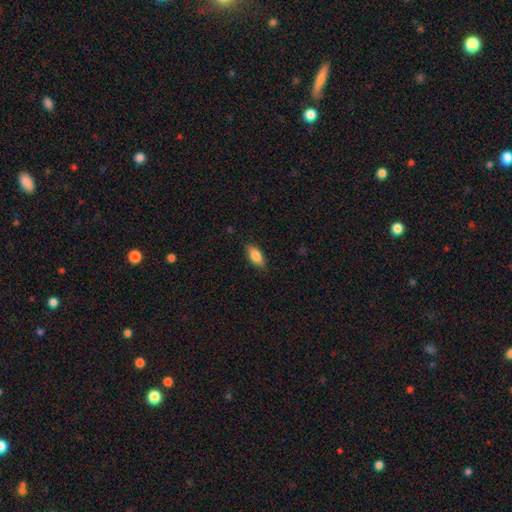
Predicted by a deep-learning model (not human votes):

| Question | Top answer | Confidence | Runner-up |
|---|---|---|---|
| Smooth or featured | smooth | 80% | featured or disk (13%) |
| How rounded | in between | 83% | cigar-shaped (14%) |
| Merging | none | 84% | minor disturbance (13%) |